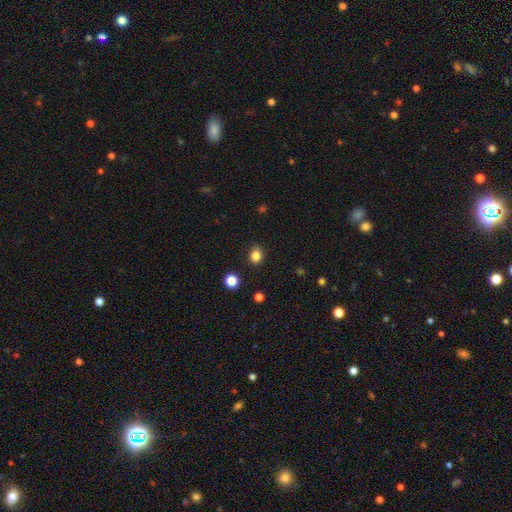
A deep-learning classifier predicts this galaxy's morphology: This appears to be a smooth galaxy with no disk features (83%) that is round (65%). Merging: none (84%).